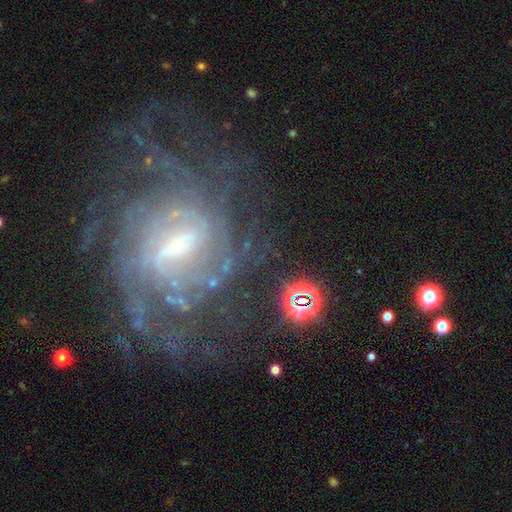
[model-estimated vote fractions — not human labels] Smooth or featured? featured or disk (85%)
Edge-on disk? no (97%)
Bar? weak (53%)
Spiral arms? yes (93%)
Spiral winding? tight (59%)
Spiral arm count? can't tell (43%)
Bulge size? small (41%, tied with moderate)
Merging? none (64%)